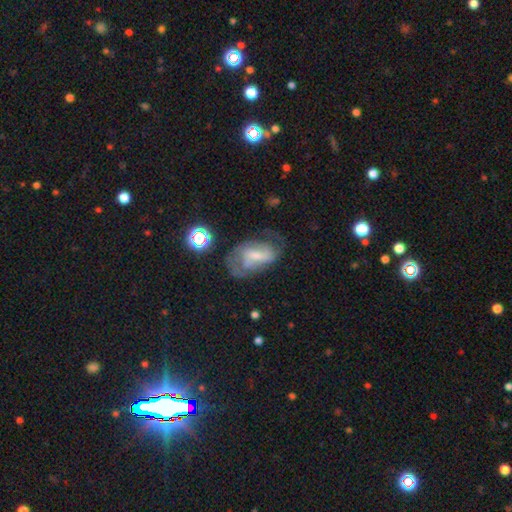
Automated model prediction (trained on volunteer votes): Overall: featured or disk (65%). Edge-on disk: no (96%). Bar: weak (50%; strong 25%). Spiral arms: yes (82%). Spiral arm count: 2 (54%; can't tell 26%). Spiral winding: medium (46%; tight 28%). Bulge size: small (41%; moderate 34%). Merging: none (45%; major disturbance 27%).